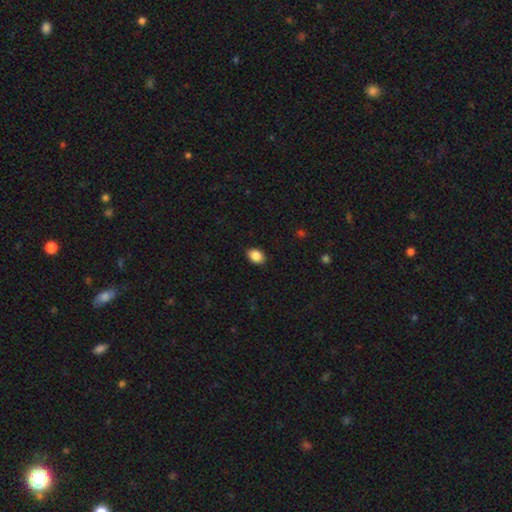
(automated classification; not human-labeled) Overall: smooth (88%). How rounded: in between (77%). Merging: none (88%).